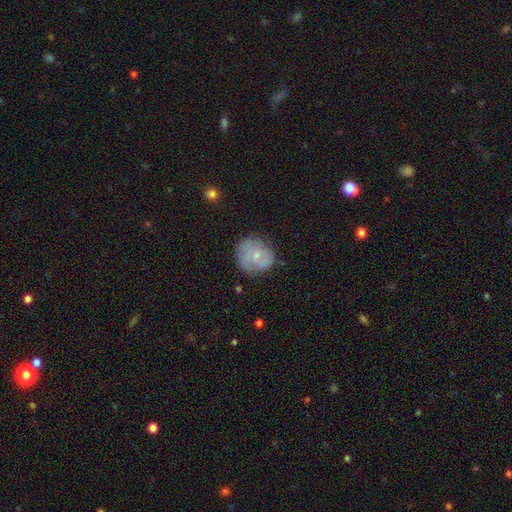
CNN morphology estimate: Smooth or featured?
  - smooth: 54% *
  - featured or disk: 38%
  - star or artifact: 9%
How rounded?
  - round: 80% *
  - in between: 19%
  - cigar-shaped: 1%
Merging?
  - none: 63% *
  - minor disturbance: 25%
  - major disturbance: 10%
  - merger: 2%